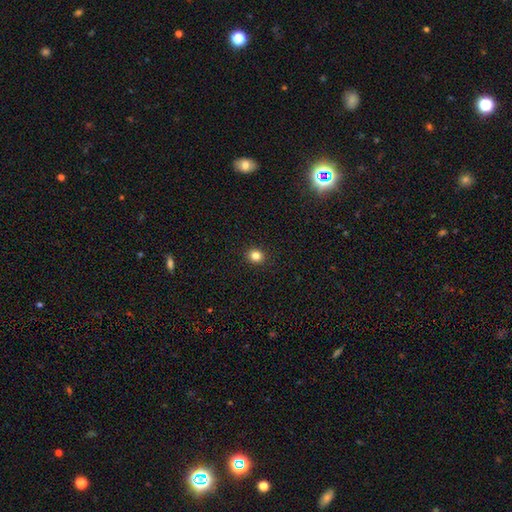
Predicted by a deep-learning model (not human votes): This appears to be a smooth galaxy with no disk features (83%) that is round (80%). Merging: none (92%).